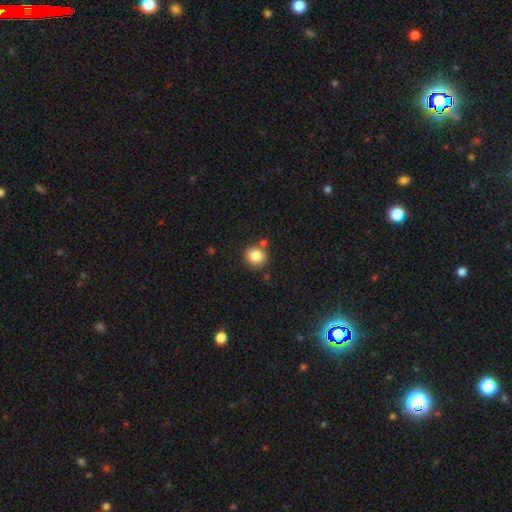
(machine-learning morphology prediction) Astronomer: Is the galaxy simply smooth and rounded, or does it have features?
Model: smooth — 84%.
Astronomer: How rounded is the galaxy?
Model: round — 86%.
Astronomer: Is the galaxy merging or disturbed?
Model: none — 78%.